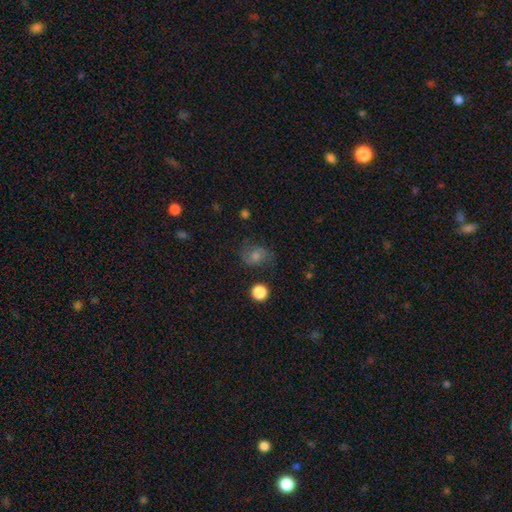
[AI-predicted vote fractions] Smooth or featured?
  - smooth: 41% *
  - featured or disk: 39%
  - star or artifact: 20%
Merging?
  - none: 71% *
  - minor disturbance: 18%
  - major disturbance: 9%
  - merger: 2%